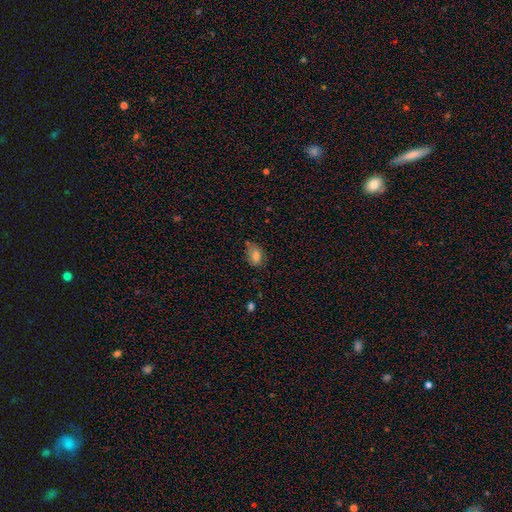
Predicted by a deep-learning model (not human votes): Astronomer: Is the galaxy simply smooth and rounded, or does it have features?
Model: smooth — 80%.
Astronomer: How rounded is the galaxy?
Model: in between — 80%.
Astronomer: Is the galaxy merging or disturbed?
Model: none — 63%.